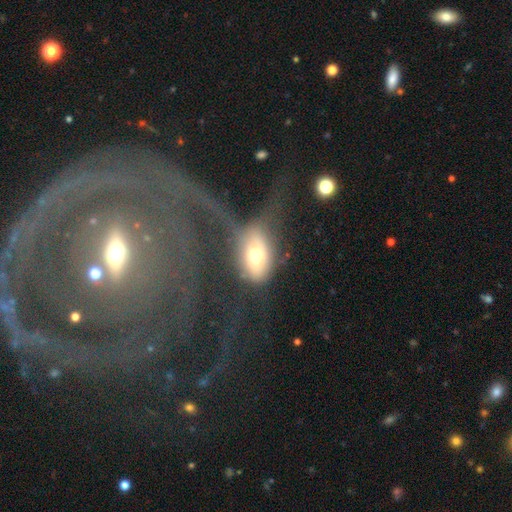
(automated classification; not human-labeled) Overall: smooth (61%; featured or disk 29%). How rounded: in between (79%). Merging: major disturbance (49%; none 27%).